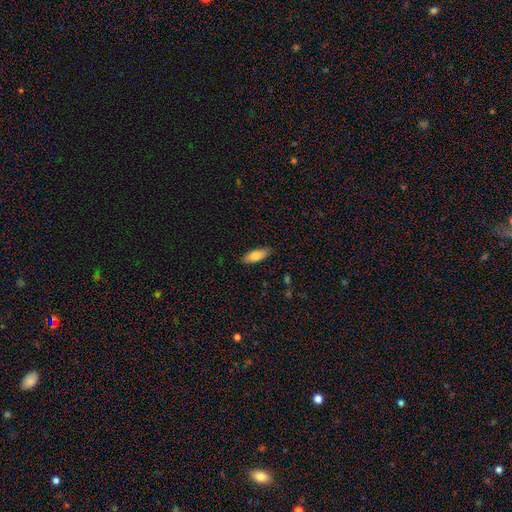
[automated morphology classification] The model was most divided on "how rounded": in between: 69%, cigar-shaped: 29%, round: 2%. More confident: merging — none (86%); smooth or featured — smooth (77%).